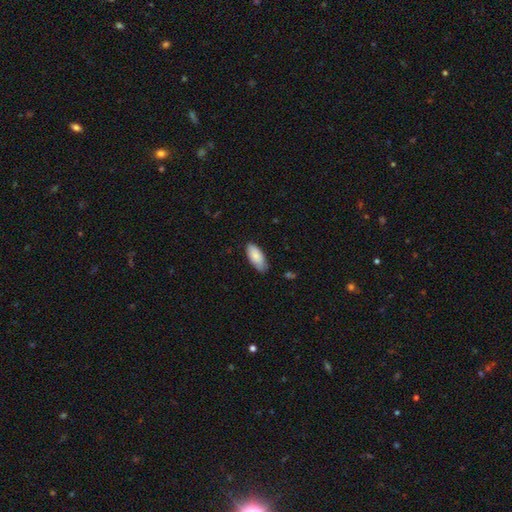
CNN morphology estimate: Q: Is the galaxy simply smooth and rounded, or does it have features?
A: smooth — 86%.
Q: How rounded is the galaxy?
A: in between — 89%.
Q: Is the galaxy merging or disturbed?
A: none — 75%.